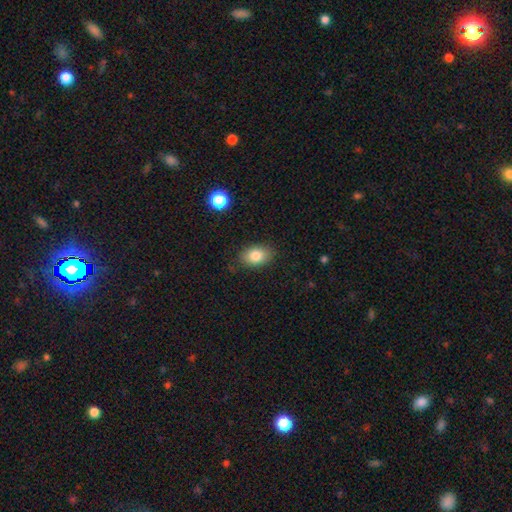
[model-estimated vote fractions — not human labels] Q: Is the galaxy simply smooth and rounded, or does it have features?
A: smooth — 82%.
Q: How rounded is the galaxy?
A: in between — 85%.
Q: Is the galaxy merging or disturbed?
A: none — 84%.